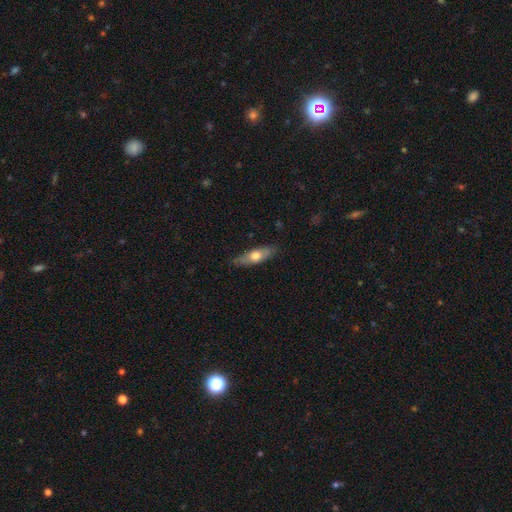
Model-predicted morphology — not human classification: Smooth or featured: smooth — 59% (featured or disk — 36%)
How rounded: in between — 53% (cigar-shaped — 44%)
Merging: none — 82% (minor disturbance — 15%)